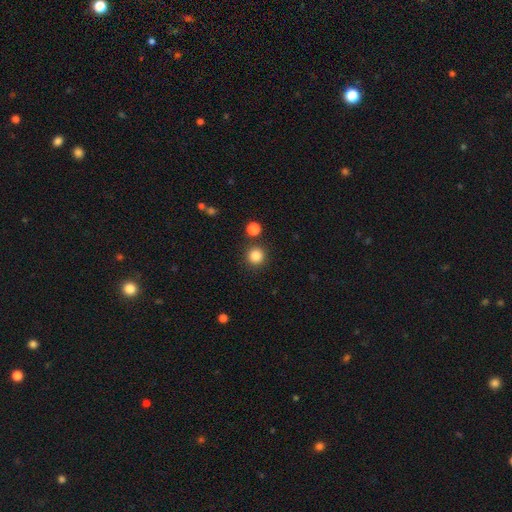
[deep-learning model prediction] A smooth galaxy with no disk features (84%) that is round (94%).

Vote fractions:
- Smooth or featured? smooth: 84% / star or artifact: 11% / featured or disk: 4%
- How rounded? round: 94% / in between: 5% / cigar-shaped: 1%
- Merging? none: 87% / minor disturbance: 6% / merger: 5% / major disturbance: 2%